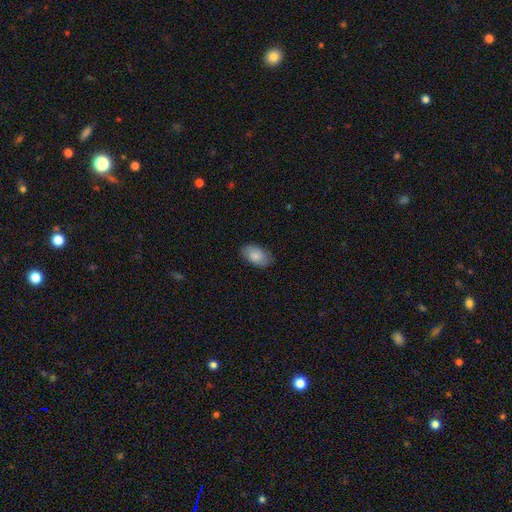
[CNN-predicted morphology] Overall: smooth (79%). How rounded: in between (94%). Merging: none (83%).